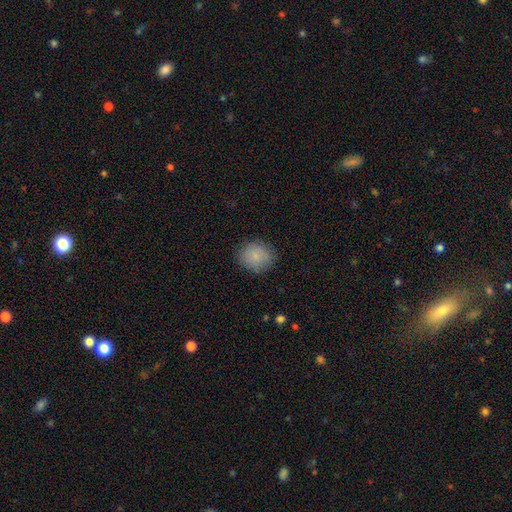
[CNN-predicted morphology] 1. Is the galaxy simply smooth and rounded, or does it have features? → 85% smooth, 9% star or artifact, 6% featured or disk.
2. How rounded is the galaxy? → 76% round, 23% in between, 1% cigar-shaped.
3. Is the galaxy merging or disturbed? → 85% none, 11% minor disturbance, 3% major disturbance, 1% merger.